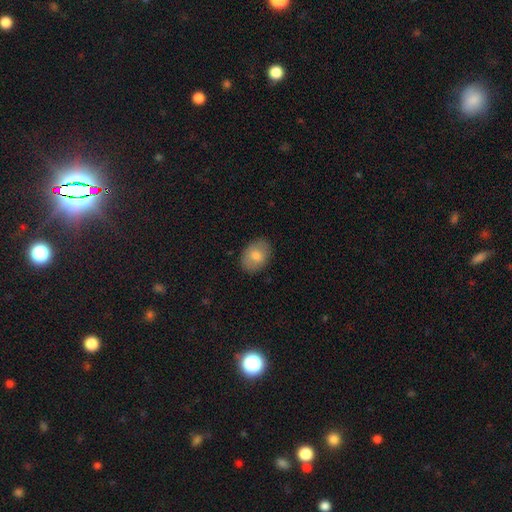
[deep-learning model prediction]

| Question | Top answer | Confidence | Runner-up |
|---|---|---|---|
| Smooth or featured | smooth | 78% | featured or disk (15%) |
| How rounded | in between | 76% | round (23%) |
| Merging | none | 85% | minor disturbance (11%) |